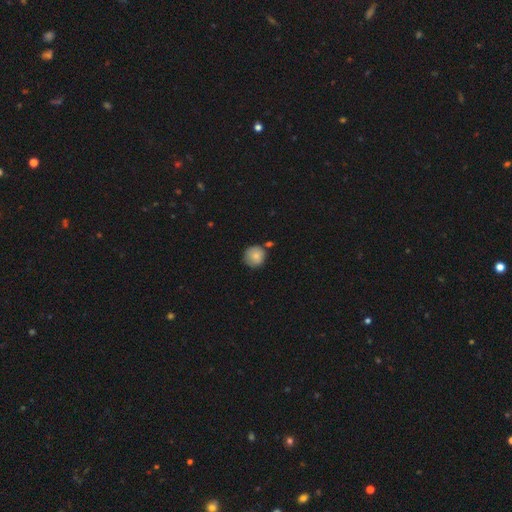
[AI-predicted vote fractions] smooth 83%, featured or disk 10%, star or artifact 8%. Down the decision tree: how rounded — round (92%); merging — none (72%).